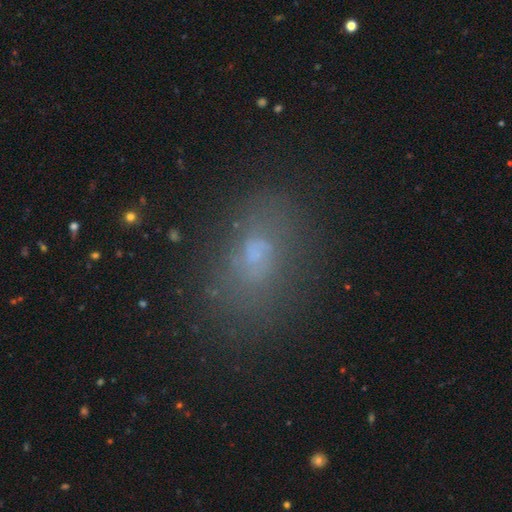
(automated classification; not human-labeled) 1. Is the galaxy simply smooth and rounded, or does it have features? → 61% smooth, 20% featured or disk, 19% star or artifact.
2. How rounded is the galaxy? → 80% in between, 17% round, 3% cigar-shaped.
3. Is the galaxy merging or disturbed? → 75% none, 16% minor disturbance, 7% major disturbance, 3% merger.